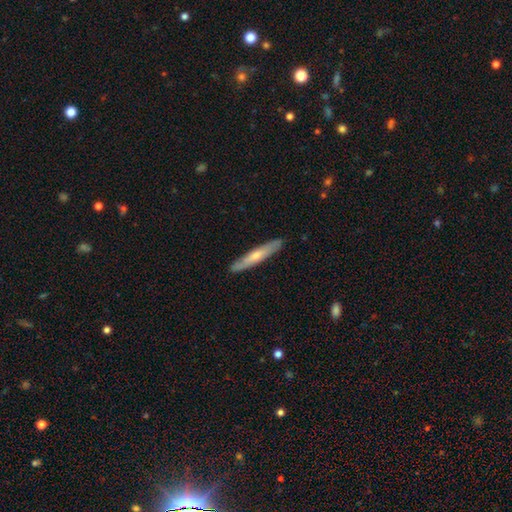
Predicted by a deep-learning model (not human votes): A featured or disk galaxy (49%). Merging: none (89%).